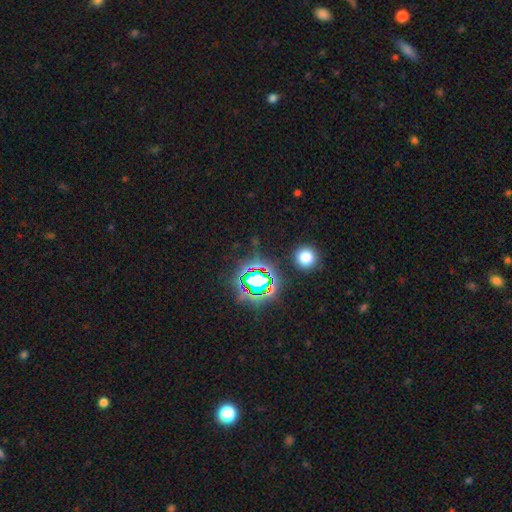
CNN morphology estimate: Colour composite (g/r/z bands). It shows a star or artifact, not a galaxy (77%).